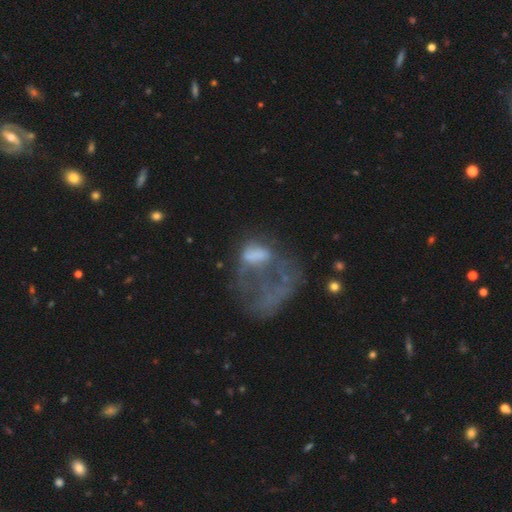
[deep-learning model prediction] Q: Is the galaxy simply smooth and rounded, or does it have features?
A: featured or disk — 46%.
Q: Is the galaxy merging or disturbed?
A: major disturbance — 59%.